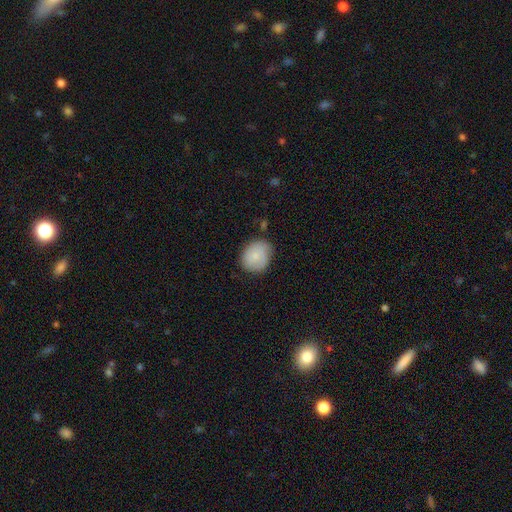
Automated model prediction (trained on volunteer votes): Morphology: type=smooth (79%); roundness=round (58%); merging=none (69%).